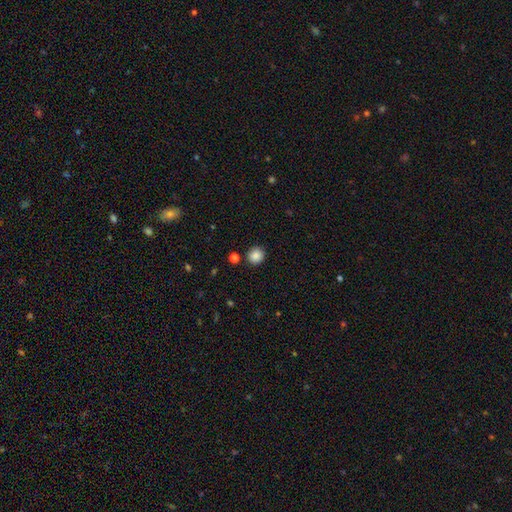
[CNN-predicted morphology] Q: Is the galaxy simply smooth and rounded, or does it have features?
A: smooth — 87%.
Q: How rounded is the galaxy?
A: round — 89%.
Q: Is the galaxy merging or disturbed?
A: none — 89%.